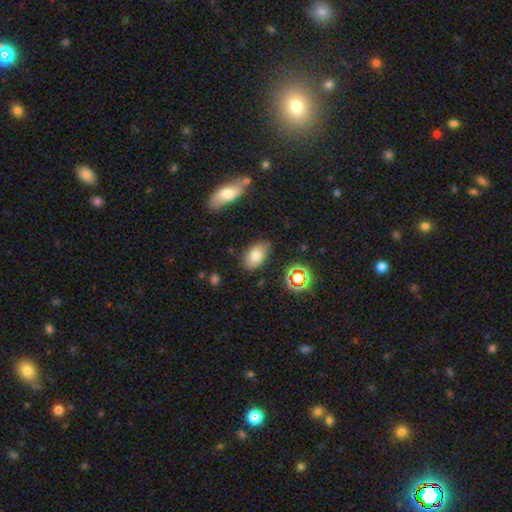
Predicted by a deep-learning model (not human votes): Smooth or featured: smooth — 76% (featured or disk — 12%)
How rounded: in between — 89% (round — 9%)
Merging: none — 79% (minor disturbance — 15%)